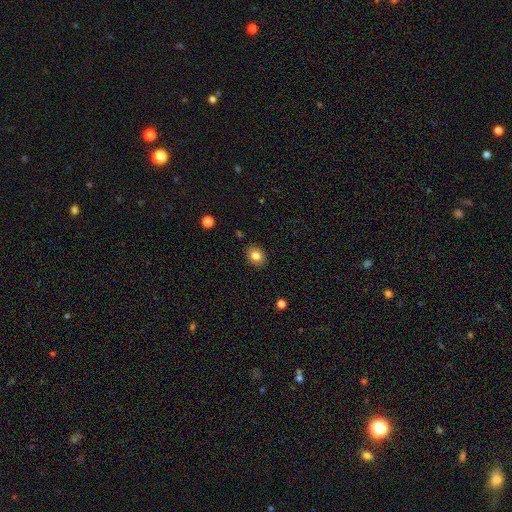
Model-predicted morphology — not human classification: type=smooth (81%); roundness=in between (55%); merging=none (88%).